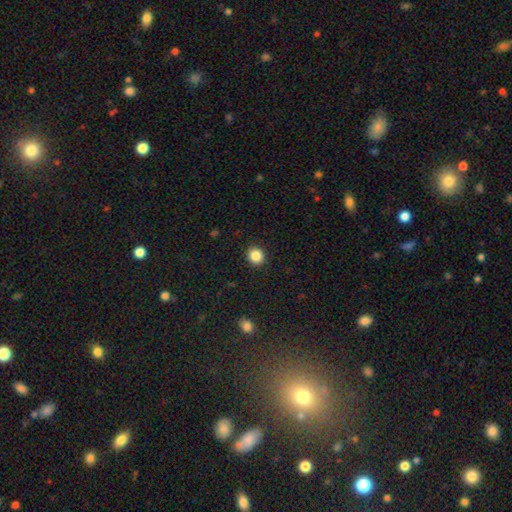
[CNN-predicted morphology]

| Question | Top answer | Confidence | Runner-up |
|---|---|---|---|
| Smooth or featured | smooth | 86% | star or artifact (10%) |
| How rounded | round | 85% | in between (14%) |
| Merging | none | 92% | minor disturbance (6%) |